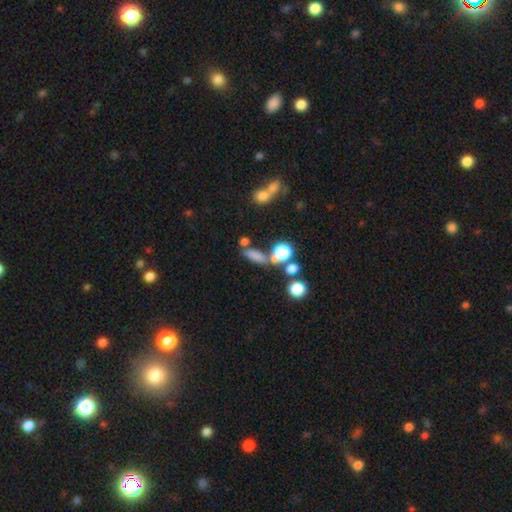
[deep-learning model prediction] smooth-or-featured: smooth: 68% | star or artifact: 18% | featured or disk: 14%
  how-rounded: cigar-shaped: 45% | in between: 39% | round: 16%
  merging: none: 56% | merger: 23% | minor disturbance: 14% | major disturbance: 7%